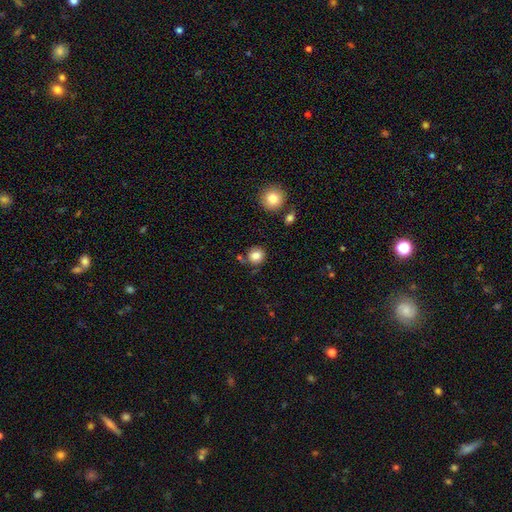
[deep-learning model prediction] Smooth or featured: smooth — 84% (star or artifact — 10%)
How rounded: round — 85% (in between — 14%)
Merging: none — 78% (minor disturbance — 13%)